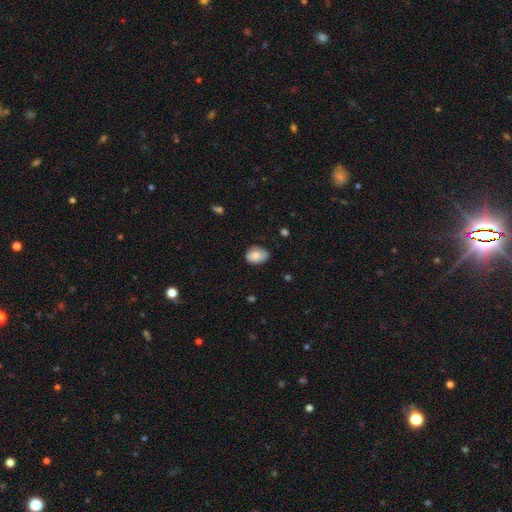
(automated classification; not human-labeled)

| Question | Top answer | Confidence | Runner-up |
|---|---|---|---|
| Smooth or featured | smooth | 80% | featured or disk (12%) |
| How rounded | in between | 74% | round (25%) |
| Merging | none | 70% | minor disturbance (24%) |